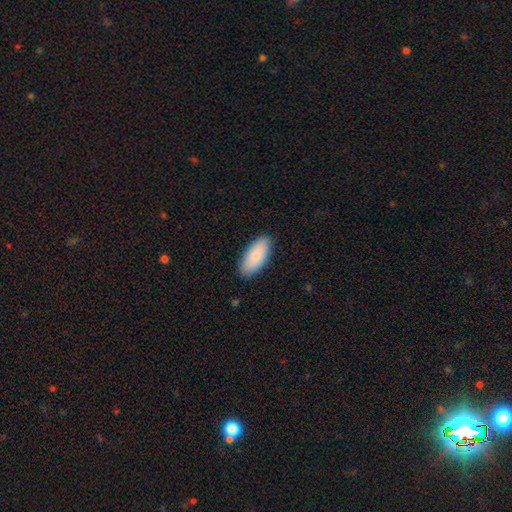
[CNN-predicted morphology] smooth-or-featured: smooth: 87% | featured or disk: 8% | star or artifact: 5%
  how-rounded: in between: 88% | cigar-shaped: 10% | round: 2%
  merging: none: 87% | minor disturbance: 10% | major disturbance: 2% | merger: 1%